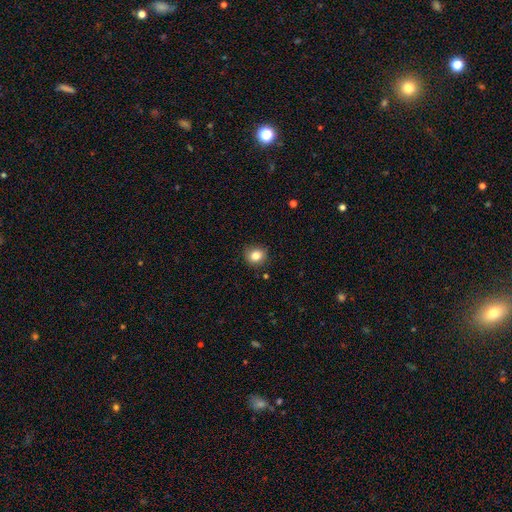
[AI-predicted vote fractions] This is clearly a smooth galaxy (83%). How rounded: likely round (77%). Merging: clearly none (87%).